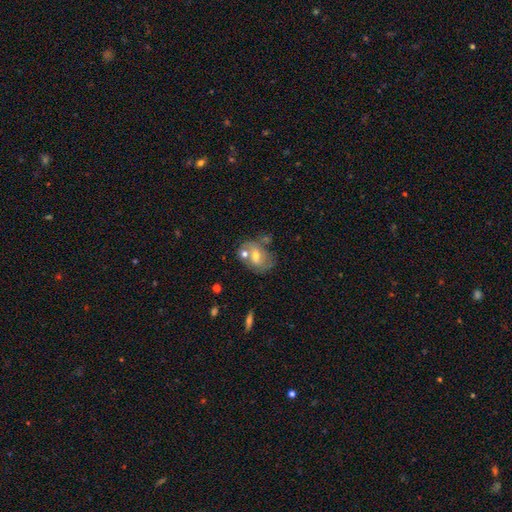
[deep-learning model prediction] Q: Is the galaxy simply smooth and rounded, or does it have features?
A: featured or disk — 50%.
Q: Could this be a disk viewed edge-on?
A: no — 94%.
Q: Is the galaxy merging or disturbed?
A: none — 47%.